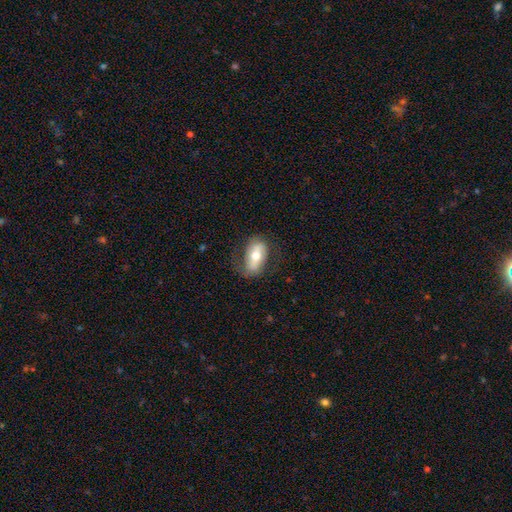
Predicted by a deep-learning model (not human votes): Overall: smooth (50%; featured or disk 43%). How rounded: in between (87%). Merging: none (70%).